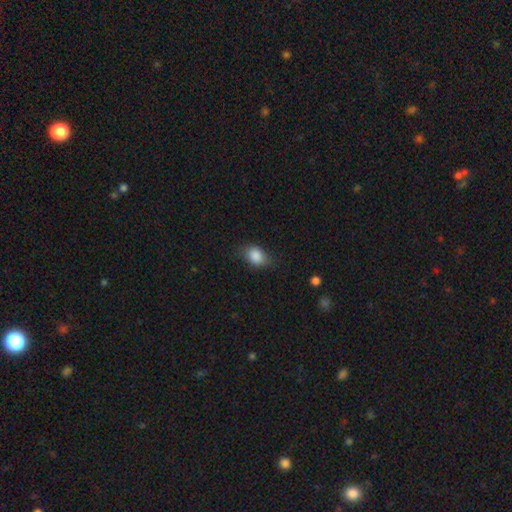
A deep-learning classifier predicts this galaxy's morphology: The model was most divided on "how rounded": in between: 67%, round: 31%, cigar-shaped: 2%. More confident: smooth or featured — smooth (86%); merging — none (69%).